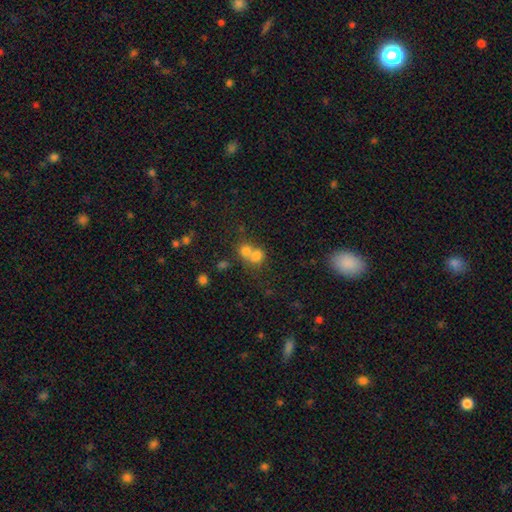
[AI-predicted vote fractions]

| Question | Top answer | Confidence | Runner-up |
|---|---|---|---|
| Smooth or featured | smooth | 71% | featured or disk (15%) |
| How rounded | round | 67% | in between (32%) |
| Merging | merger | 66% | none (26%) |